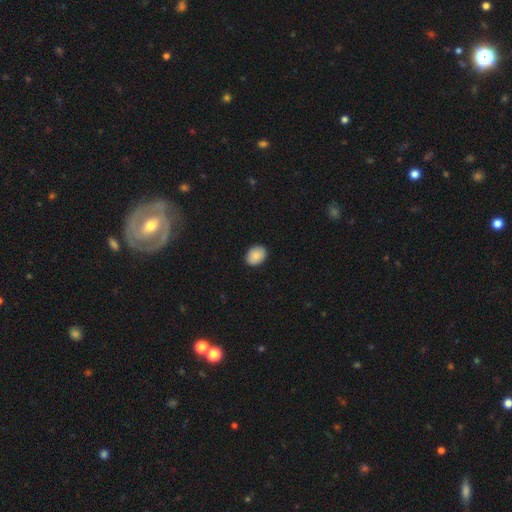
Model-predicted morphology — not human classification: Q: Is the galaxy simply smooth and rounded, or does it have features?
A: smooth — 88%.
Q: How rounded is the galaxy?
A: in between — 71%.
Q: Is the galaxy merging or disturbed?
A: none — 90%.